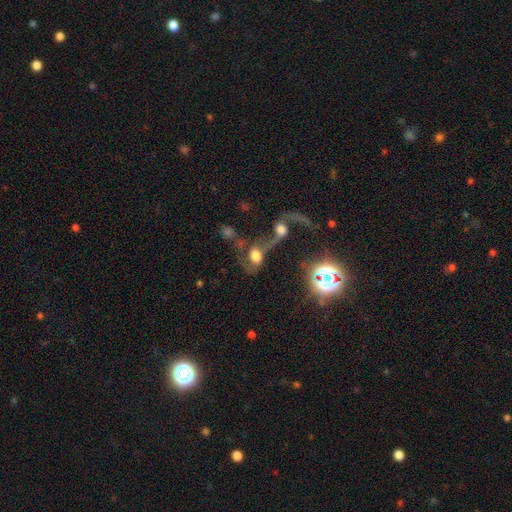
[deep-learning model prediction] Overall: smooth (42%, tied with featured or disk). Merging: merger (66%).